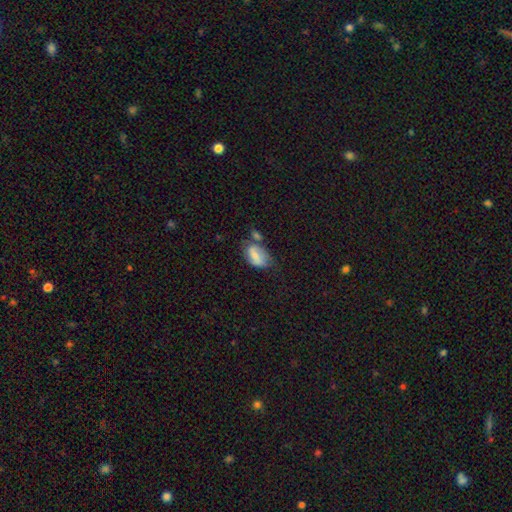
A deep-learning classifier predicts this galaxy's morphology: Smooth or featured?
  - smooth: 59% *
  - featured or disk: 33%
  - star or artifact: 8%
How rounded?
  - in between: 89% *
  - round: 9%
  - cigar-shaped: 2%
Merging?
  - none: 43% *
  - minor disturbance: 25%
  - merger: 21%
  - major disturbance: 11%